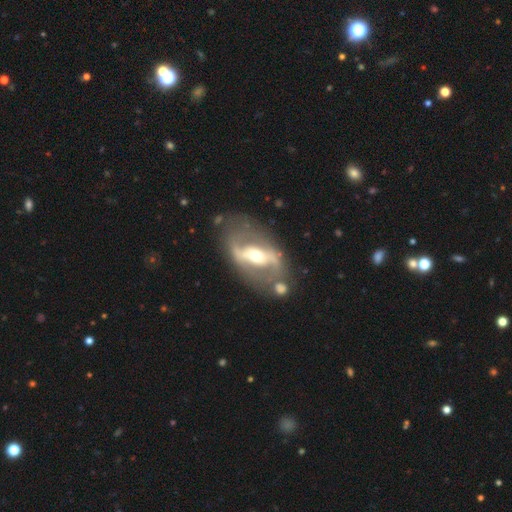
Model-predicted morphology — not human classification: A featured or disk galaxy (81%) with a strong bar (56%), 2 (84%) loose (42%) spiral arms (70%) and a moderate central bulge (67%). Merging: none (65%).